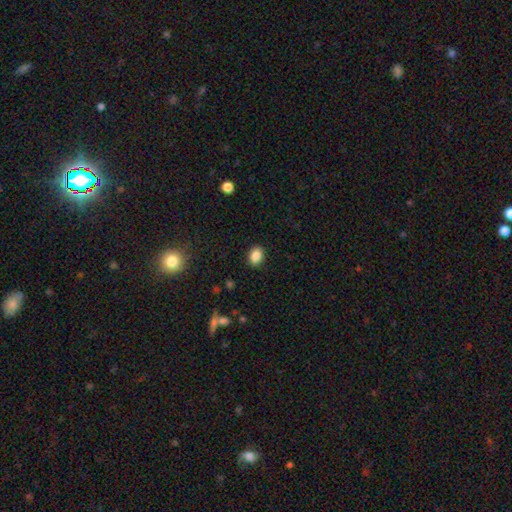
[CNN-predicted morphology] smooth-or-featured: smooth: 87% | star or artifact: 9% | featured or disk: 4%
  how-rounded: in between: 72% | round: 27% | cigar-shaped: 1%
  merging: none: 88% | minor disturbance: 8% | major disturbance: 2% | merger: 1%